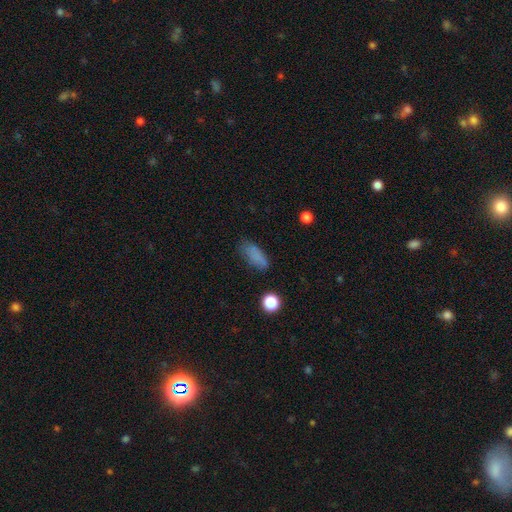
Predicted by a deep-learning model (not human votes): Smooth or featured? Predicted: smooth (p=0.79). How rounded? Predicted: in between (p=0.73). Merging? Predicted: none (p=0.69).